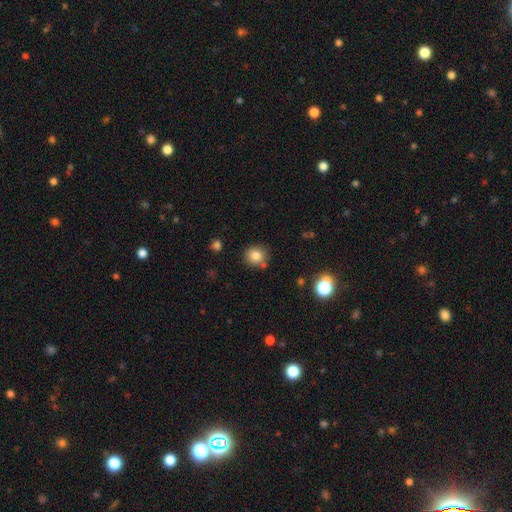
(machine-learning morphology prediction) Q: Smooth or featured?
A: smooth (81%); runner-up: star or artifact (12%)
Q: How rounded?
A: round (89%); runner-up: in between (10%)
Q: Merging?
A: none (78%); runner-up: minor disturbance (11%)